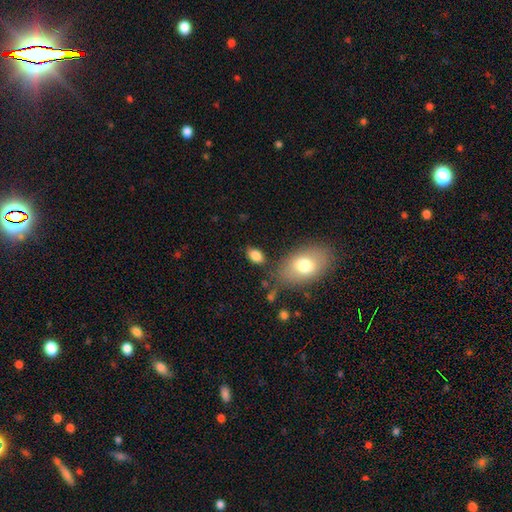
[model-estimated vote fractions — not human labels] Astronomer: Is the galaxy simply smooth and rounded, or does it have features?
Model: smooth — 84%.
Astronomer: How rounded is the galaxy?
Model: in between — 88%.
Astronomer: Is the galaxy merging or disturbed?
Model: none — 76%.